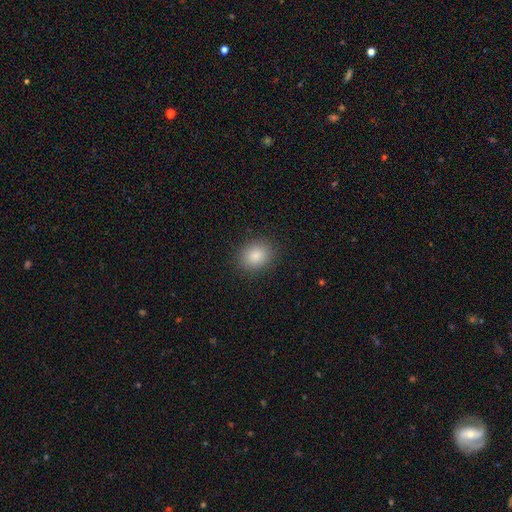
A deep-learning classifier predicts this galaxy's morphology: This appears to be a smooth galaxy with no disk features (85%) that is round (52%). Merging: none (88%).